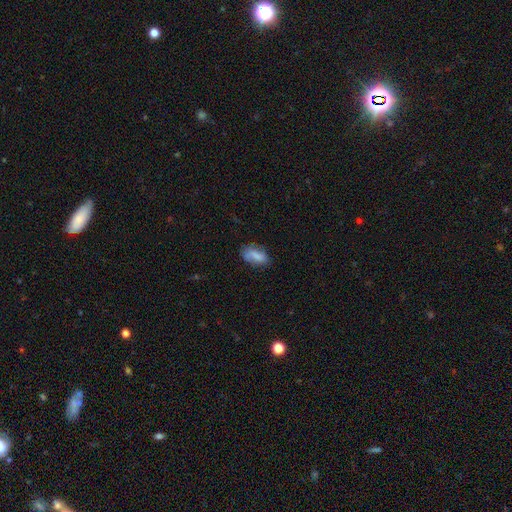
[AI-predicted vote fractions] A smooth galaxy with no disk features (72%) that is in between round and cigar-shaped (89%).

Vote fractions:
- Smooth or featured? smooth: 72% / featured or disk: 20% / star or artifact: 8%
- How rounded? in between: 89% / cigar-shaped: 6% / round: 5%
- Merging? none: 58% / minor disturbance: 28% / major disturbance: 11% / merger: 3%